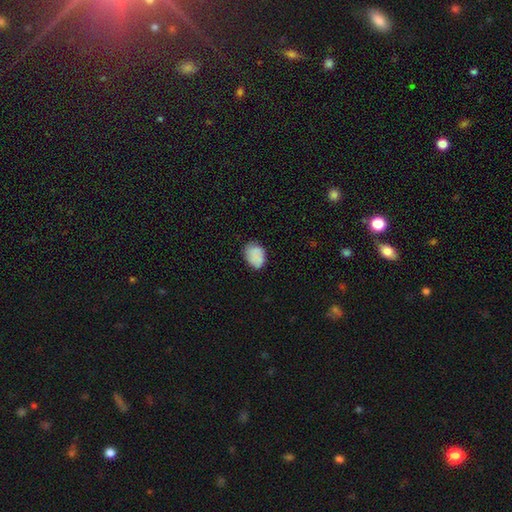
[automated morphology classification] type=smooth (83%); roundness=in between (71%); merging=none (68%).